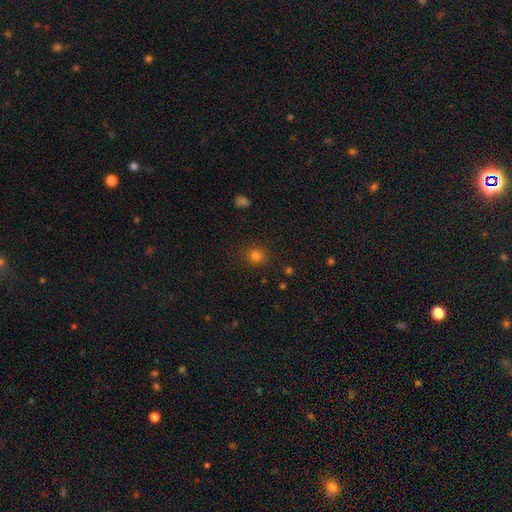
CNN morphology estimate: type=smooth (80%); roundness=round (84%); merging=none (88%).